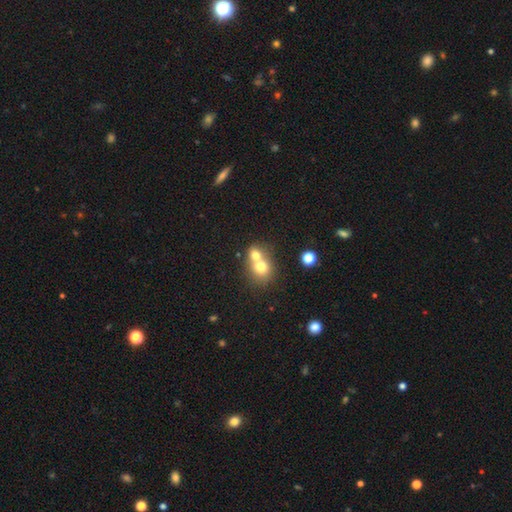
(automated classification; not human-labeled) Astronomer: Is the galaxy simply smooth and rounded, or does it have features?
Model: smooth — 71%.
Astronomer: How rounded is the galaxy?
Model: round — 70%.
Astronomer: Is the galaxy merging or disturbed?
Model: merger — 69%.